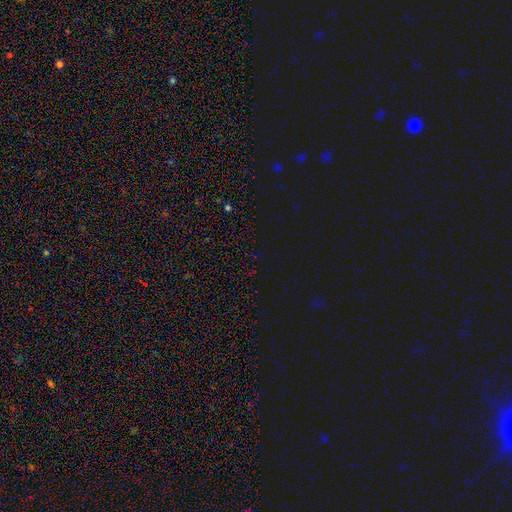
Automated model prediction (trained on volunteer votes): star or artifact 74%, smooth 19%, featured or disk 7%.